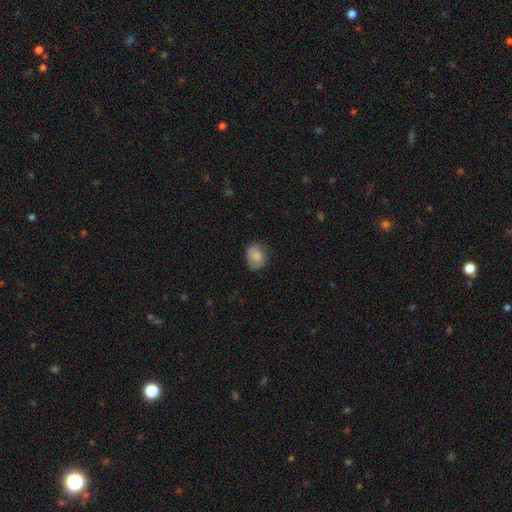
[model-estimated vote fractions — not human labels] Smooth or featured?
  - smooth: 82% *
  - featured or disk: 10%
  - star or artifact: 8%
How rounded?
  - round: 53% *
  - in between: 46%
  - cigar-shaped: 1%
Merging?
  - none: 67% *
  - minor disturbance: 25%
  - major disturbance: 7%
  - merger: 1%